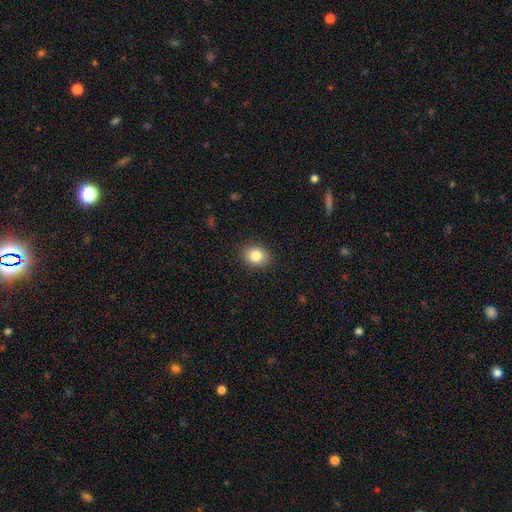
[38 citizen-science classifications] Q: Smooth or featured?
A: smooth (79%); runner-up: featured or disk (11%)
Q: How rounded?
A: round (70%); runner-up: in between (30%)
Q: Merging?
A: none (91%); runner-up: minor disturbance (3%)